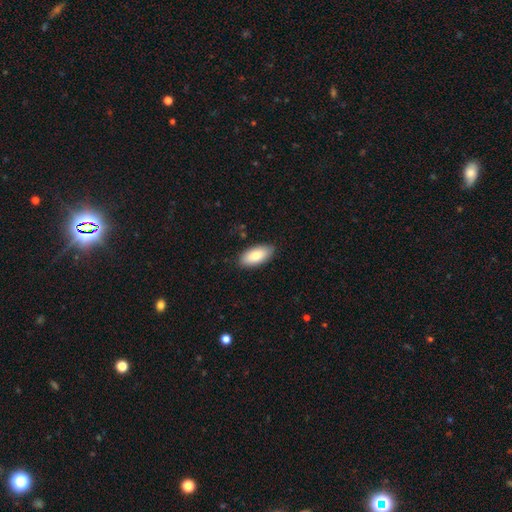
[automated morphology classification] smooth_or_featured: smooth (p=0.83) [alt: featured or disk p=0.11]
how_rounded: in between (p=0.91) [alt: cigar-shaped p=0.07]
merging: none (p=0.86) [alt: minor disturbance p=0.11]